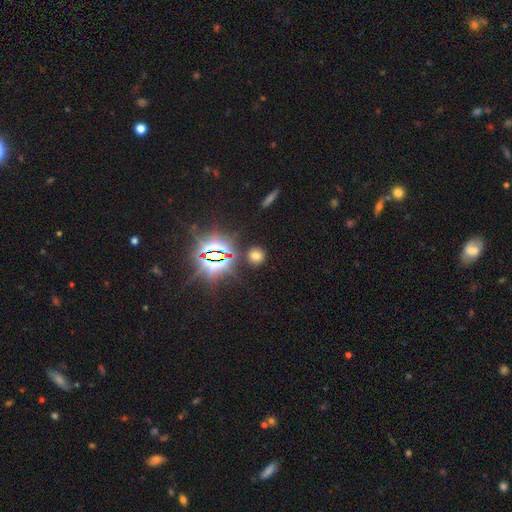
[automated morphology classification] A smooth galaxy with no disk features (61%) that is round (88%). Merging: none (87%).